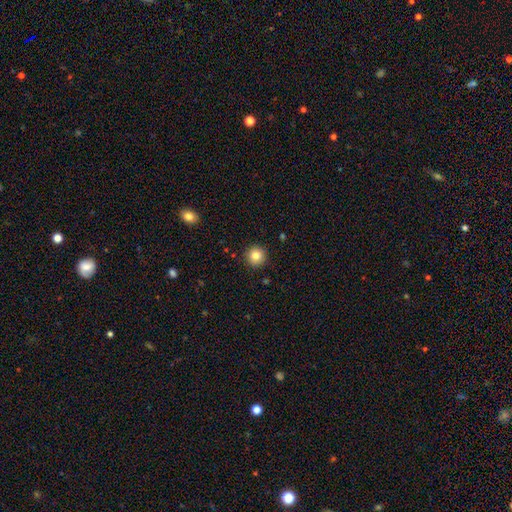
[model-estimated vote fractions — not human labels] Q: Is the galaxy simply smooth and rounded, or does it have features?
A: smooth — 83%.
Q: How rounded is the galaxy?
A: round — 94%.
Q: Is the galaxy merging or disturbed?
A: none — 91%.